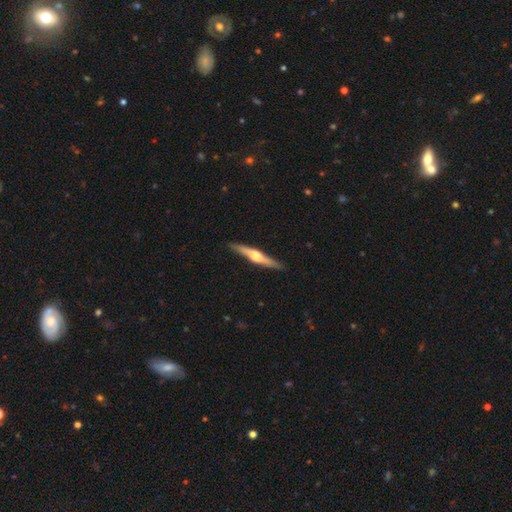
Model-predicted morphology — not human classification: Smooth or featured: featured or disk — 70% (smooth — 25%)
Edge-on disk: yes — 97% (no — 3%)
Edge-on bulge: rounded — 88% (boxy — 8%)
Merging: none — 90% (minor disturbance — 8%)